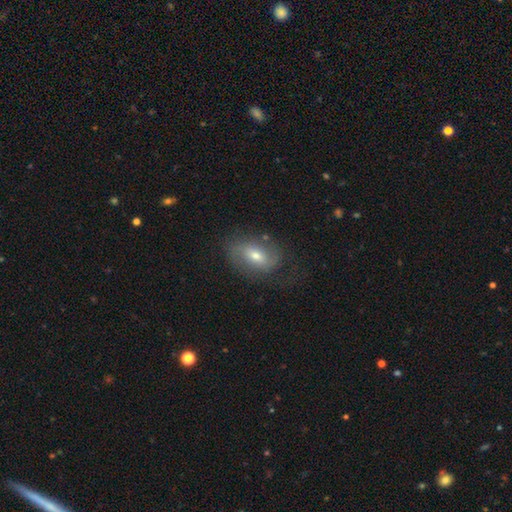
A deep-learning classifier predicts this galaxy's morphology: smooth-or-featured: featured or disk: 48% | smooth: 43% | star or artifact: 9%
  merging: none: 60% | minor disturbance: 22% | major disturbance: 15% | merger: 2%